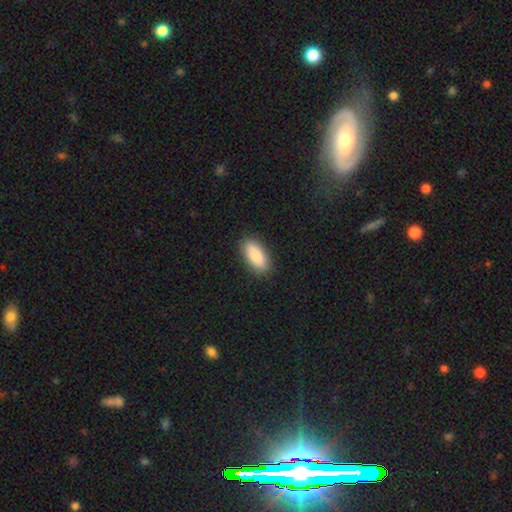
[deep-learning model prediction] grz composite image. It shows a smooth galaxy with no disk features (86%) that is in between round and cigar-shaped (78%). Merging: none (88%).